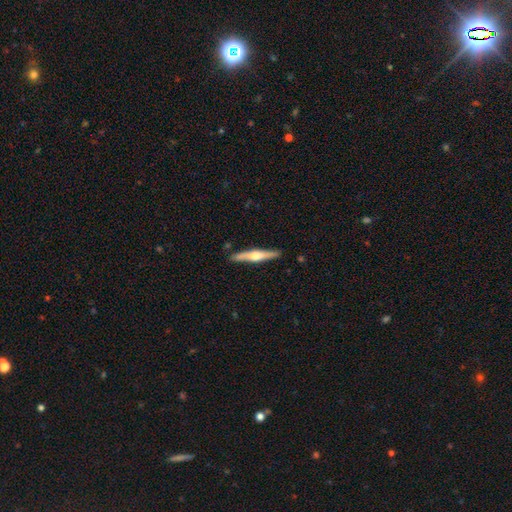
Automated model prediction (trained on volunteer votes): Smooth or featured? featured or disk (65%)
Edge-on disk? yes (97%)
Edge-on bulge? rounded (92%)
Merging? none (89%)